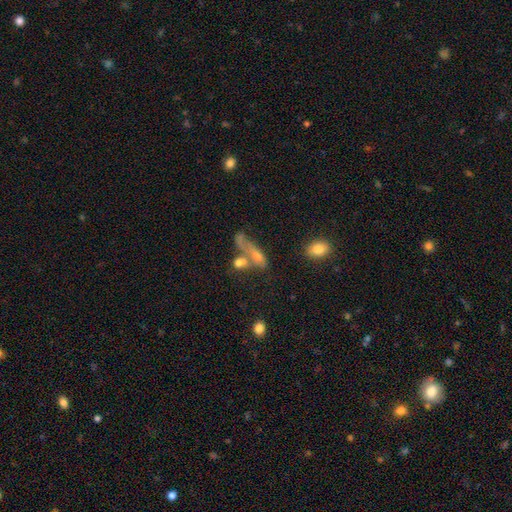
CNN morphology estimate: smooth-or-featured: smooth: 44% | featured or disk: 37% | star or artifact: 19%
  merging: merger: 37% | none: 31% | major disturbance: 18% | minor disturbance: 14%